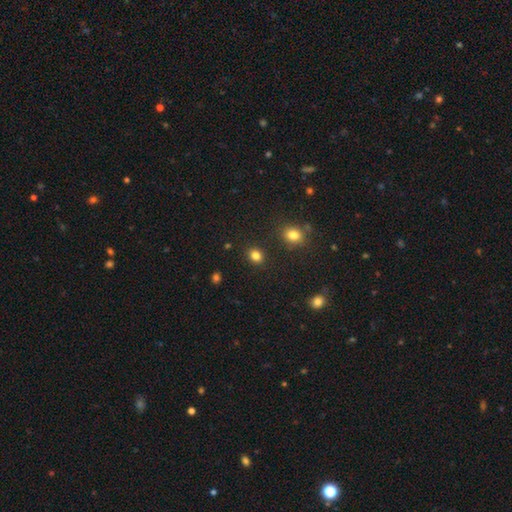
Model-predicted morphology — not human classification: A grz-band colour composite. It shows a smooth galaxy with no disk features (83%) that is round (61%). Merging: none (87%).